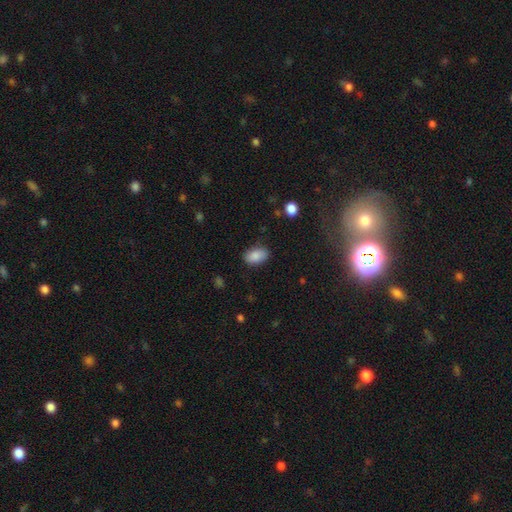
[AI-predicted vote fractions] The model was most divided on "merging": none: 82%, minor disturbance: 13%, major disturbance: 3%, merger: 1%. More confident: how rounded — in between (90%); smooth or featured — smooth (87%).